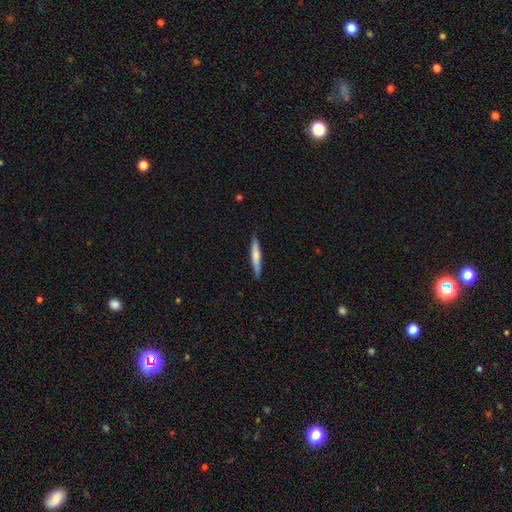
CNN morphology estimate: Overall: smooth (66%; featured or disk 28%). How rounded: cigar-shaped (94%). Merging: none (89%).